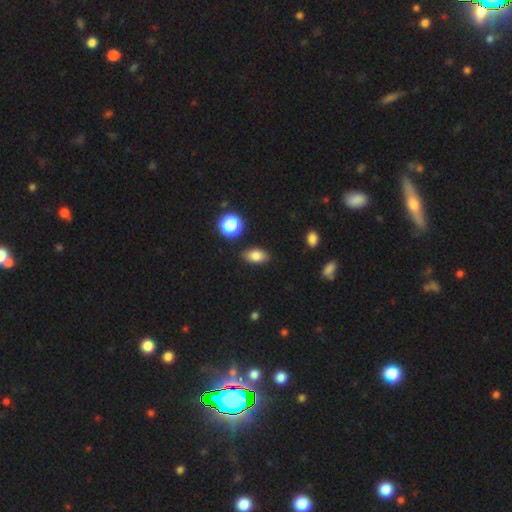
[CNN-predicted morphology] A smooth galaxy with no disk features (84%) that is in between round and cigar-shaped (87%).

Vote fractions:
- Smooth or featured? smooth: 84% / star or artifact: 9% / featured or disk: 7%
- How rounded? in between: 87% / round: 10% / cigar-shaped: 3%
- Merging? none: 86% / minor disturbance: 9% / merger: 2% / major disturbance: 2%